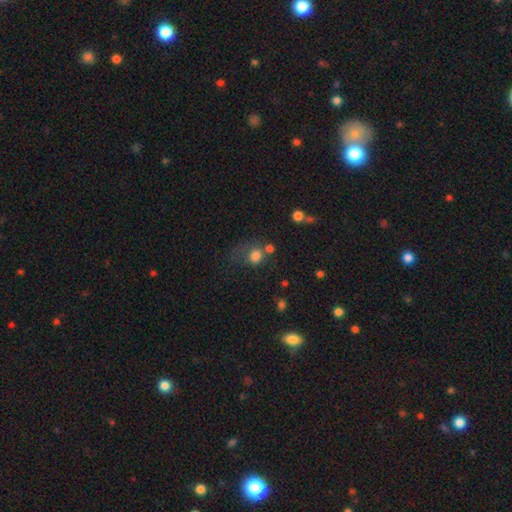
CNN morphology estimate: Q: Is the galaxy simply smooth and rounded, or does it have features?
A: smooth — 77%.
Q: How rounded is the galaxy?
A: round — 74%.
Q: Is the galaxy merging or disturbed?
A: none — 41%.